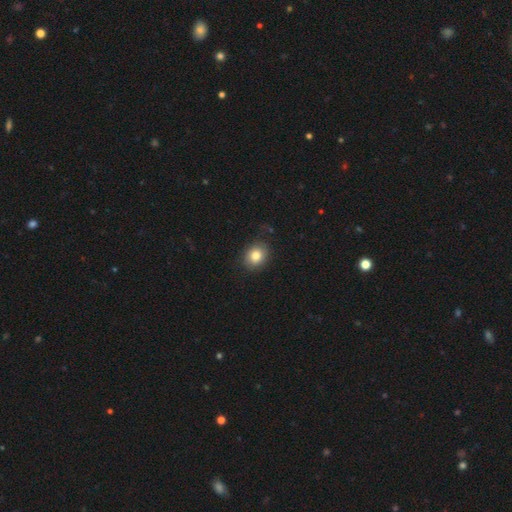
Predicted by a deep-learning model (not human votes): Smooth or featured?
  - smooth: 82% *
  - star or artifact: 9%
  - featured or disk: 9%
How rounded?
  - round: 59% *
  - in between: 40%
  - cigar-shaped: 1%
Merging?
  - none: 82% *
  - minor disturbance: 14%
  - major disturbance: 3%
  - merger: 1%